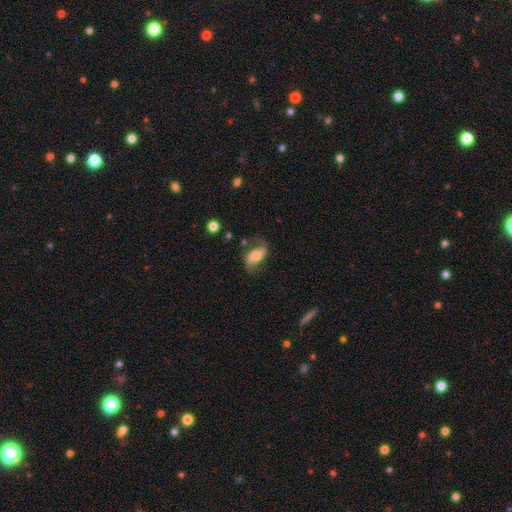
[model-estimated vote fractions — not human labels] Smooth or featured? featured or disk (68%)
Edge-on disk? no (94%)
Bar? no (42%)
Spiral arms? yes (92%)
Spiral winding? loose (75%)
Spiral arm count? 2 (89%)
Bulge size? moderate (41%)
Merging? none (64%)